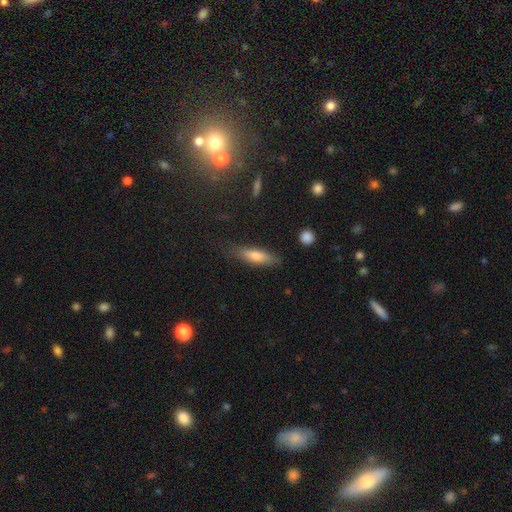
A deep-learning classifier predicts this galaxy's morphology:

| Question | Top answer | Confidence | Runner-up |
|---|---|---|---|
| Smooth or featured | smooth | 69% | featured or disk (24%) |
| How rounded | cigar-shaped | 62% | in between (36%) |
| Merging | none | 79% | minor disturbance (15%) |